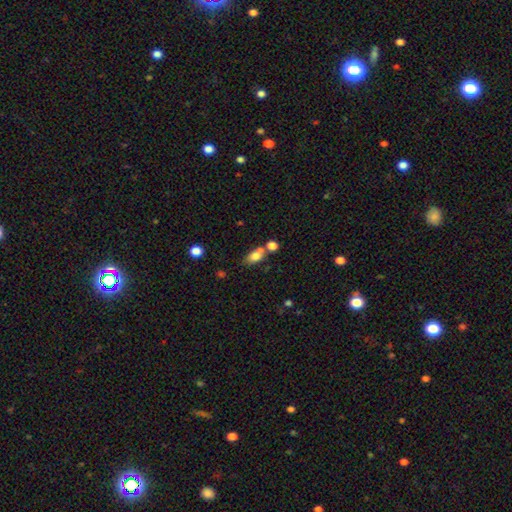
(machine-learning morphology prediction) Smooth or featured? Predicted: smooth (p=0.77). How rounded? Predicted: in between (p=0.81). Merging? Predicted: none (p=0.49).